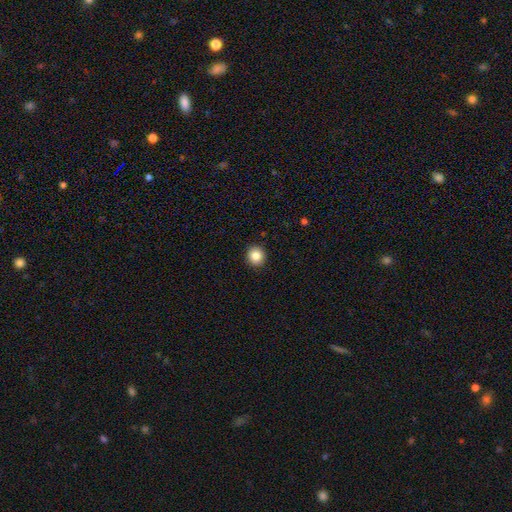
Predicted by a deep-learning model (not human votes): This appears to be a smooth galaxy with no disk features (85%) that is round (89%). Merging: none (93%).